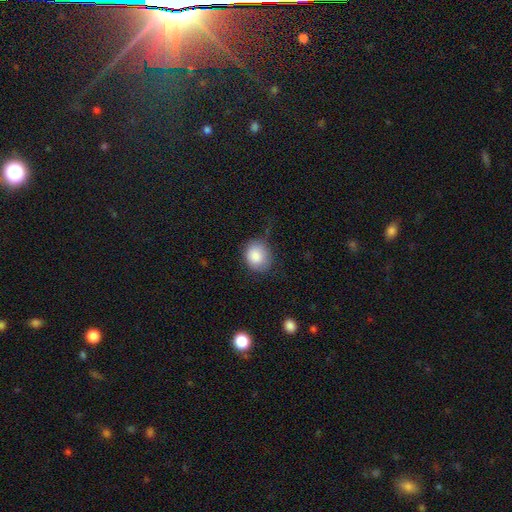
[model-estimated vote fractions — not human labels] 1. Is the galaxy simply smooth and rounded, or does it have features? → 87% smooth, 7% star or artifact, 6% featured or disk.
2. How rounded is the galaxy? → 68% round, 31% in between, 1% cigar-shaped.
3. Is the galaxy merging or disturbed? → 59% none, 28% minor disturbance, 11% major disturbance, 2% merger.